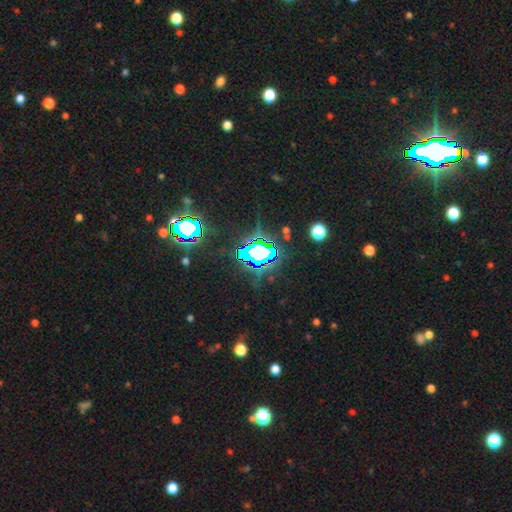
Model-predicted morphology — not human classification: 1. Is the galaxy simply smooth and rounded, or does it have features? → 72% star or artifact, 15% smooth, 12% featured or disk.